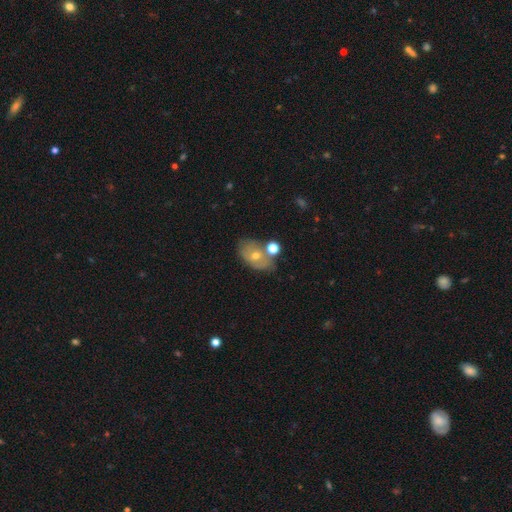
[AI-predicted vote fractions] A featured or disk galaxy (44%). Merging: none (56%).